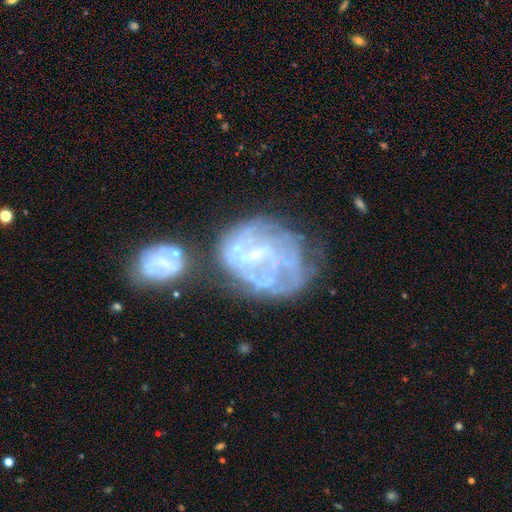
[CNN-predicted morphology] This is likely a featured or disk galaxy (75%). It is clearly not viewed edge-on (98%). Bar: marginally no (44%). Spiral arm pattern: likely yes (63%). Central bulge: likely small (62%). Merging: marginally merger (30%).